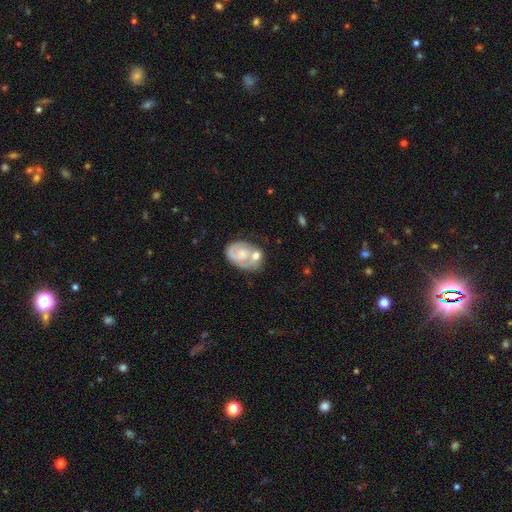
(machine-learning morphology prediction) Smooth or featured? Predicted: featured or disk (p=0.54). Edge-on disk? Predicted: no (p=0.97). Bar? Predicted: no (p=0.82). Spiral arms? Predicted: no (p=0.55). Bulge size? Predicted: moderate (p=0.38). Merging? Predicted: none (p=0.36).